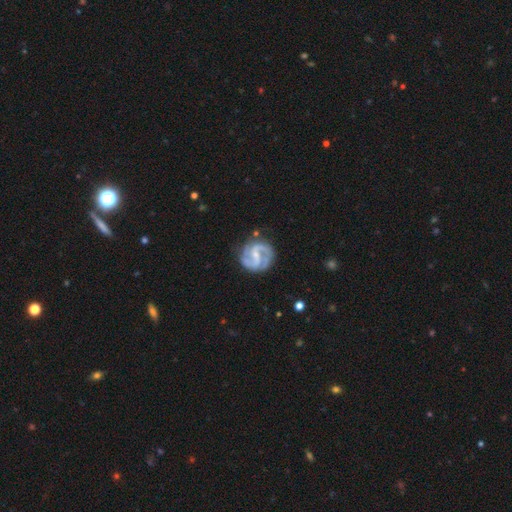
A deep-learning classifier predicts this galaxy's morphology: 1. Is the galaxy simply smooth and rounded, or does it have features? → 90% featured or disk, 6% smooth, 4% star or artifact.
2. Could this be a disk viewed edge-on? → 98% no, 2% yes.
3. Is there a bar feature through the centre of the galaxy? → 51% weak, 26% strong, 23% no.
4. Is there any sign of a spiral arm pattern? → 98% yes, 2% no.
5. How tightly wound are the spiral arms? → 56% medium, 28% tight, 16% loose.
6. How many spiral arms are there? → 78% 2, 11% 3, 5% can't tell, 2% 4, 2% 1, 2% more than 4.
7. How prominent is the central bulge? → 63% small, 23% moderate, 11% none, 1% large, 1% dominant.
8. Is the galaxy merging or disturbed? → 75% none, 16% minor disturbance, 6% major disturbance, 2% merger.